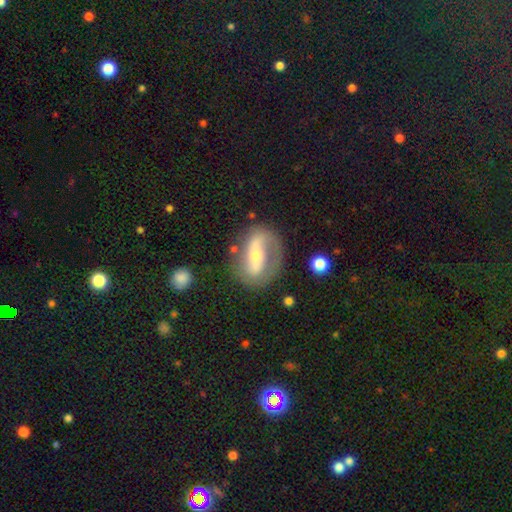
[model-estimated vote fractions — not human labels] Smooth or featured? featured or disk (75%)
Edge-on disk? no (92%)
Bar? strong (53%)
Spiral arms? yes (76%)
Spiral winding? loose (39%)
Spiral arm count? 2 (72%)
Bulge size? moderate (47%, tied with small)
Merging? none (69%)